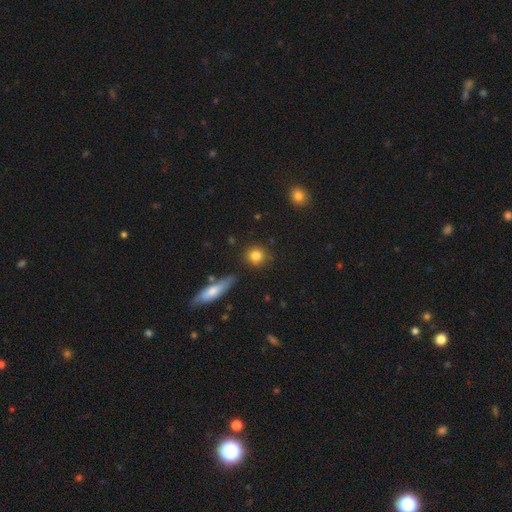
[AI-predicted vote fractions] Smooth or featured: smooth — 82% (star or artifact — 10%)
How rounded: round — 88% (in between — 10%)
Merging: none — 85% (minor disturbance — 9%)